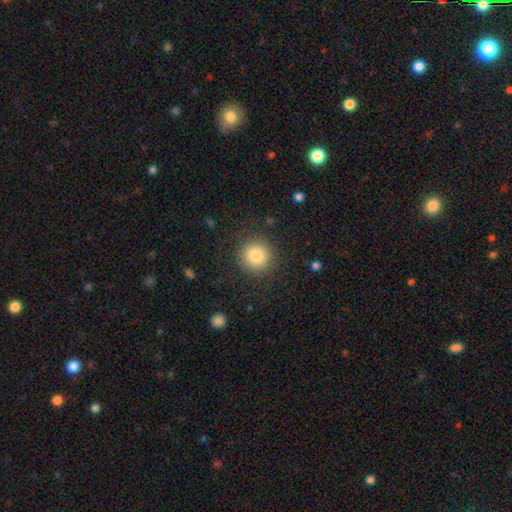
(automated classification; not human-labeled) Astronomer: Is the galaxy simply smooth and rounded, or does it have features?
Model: smooth — 83%.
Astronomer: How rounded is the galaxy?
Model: round — 94%.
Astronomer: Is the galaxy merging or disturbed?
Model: none — 88%.